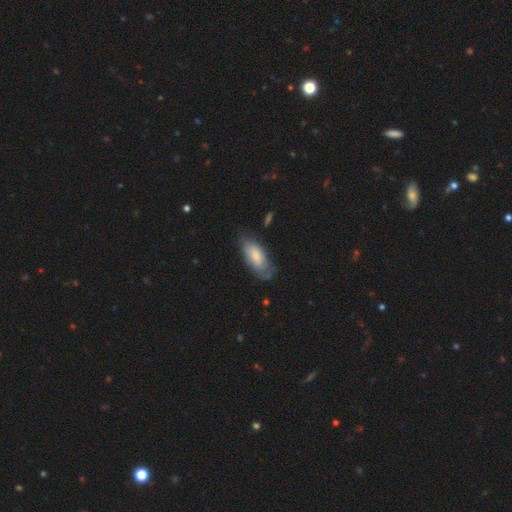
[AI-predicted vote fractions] smooth-or-featured: smooth: 73% | featured or disk: 21% | star or artifact: 6%
  how-rounded: in between: 85% | cigar-shaped: 13% | round: 2%
  merging: none: 63% | minor disturbance: 26% | major disturbance: 8% | merger: 2%